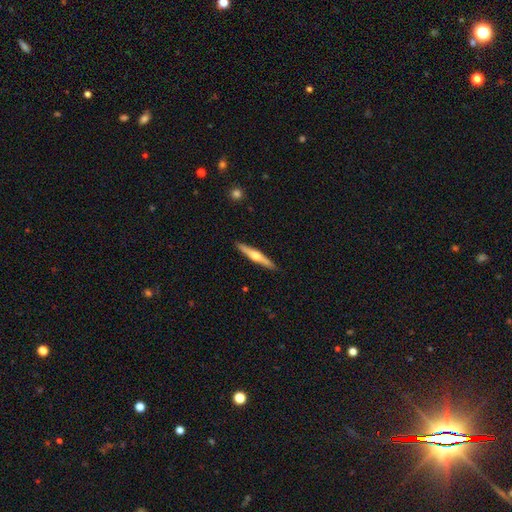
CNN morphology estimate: A featured or disk galaxy (63%) viewed edge-on (97%) with a rounded central bulge (92%).

Vote fractions:
- Smooth or featured? featured or disk: 63% / smooth: 32% / star or artifact: 5%
- Edge-on disk? yes: 97% / no: 3%
- Edge-on bulge? rounded: 92% / none: 5% / boxy: 3%
- Merging? none: 91% / minor disturbance: 7% / major disturbance: 1% / merger: 1%